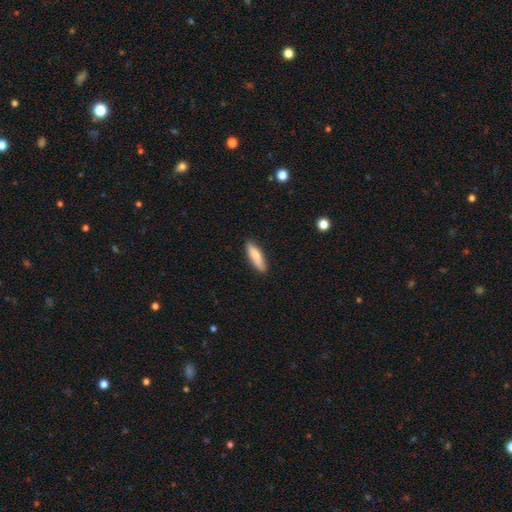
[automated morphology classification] Q: Smooth or featured?
A: smooth (80%); runner-up: featured or disk (14%)
Q: How rounded?
A: cigar-shaped (59%); runner-up: in between (39%)
Q: Merging?
A: none (87%); runner-up: minor disturbance (10%)